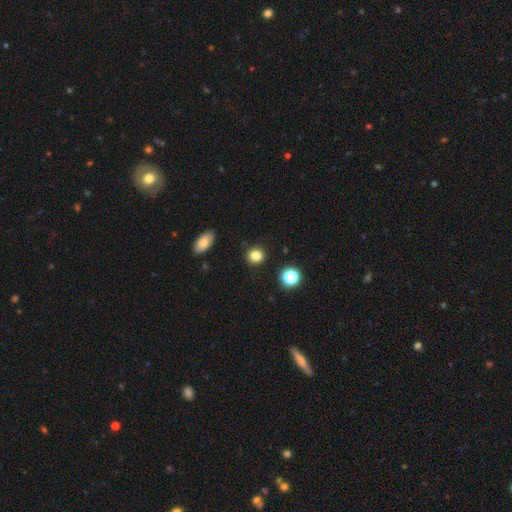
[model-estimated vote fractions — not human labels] smooth 82%, star or artifact 13%, featured or disk 5%. Down the decision tree: how rounded — round (84%); merging — none (90%).